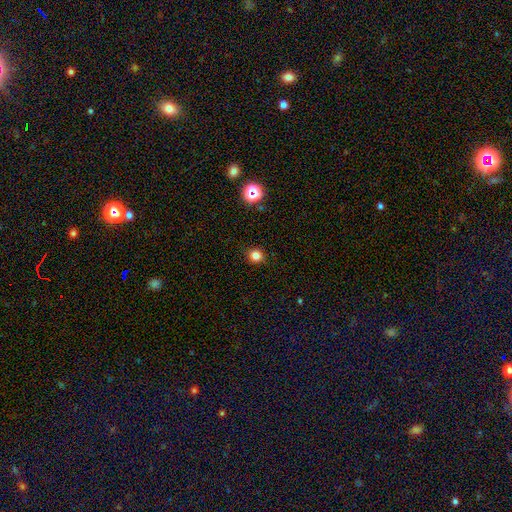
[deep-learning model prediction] This is clearly a smooth galaxy (81%). How rounded: clearly round (89%). Merging: clearly none (90%).